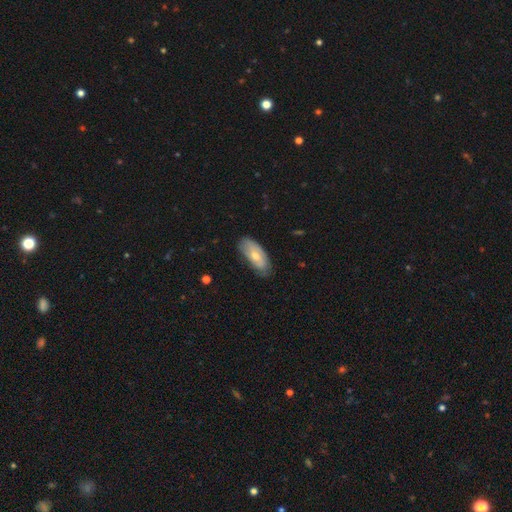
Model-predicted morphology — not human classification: Smooth or featured? smooth (61%)
How rounded? in between (85%)
Merging? none (70%)